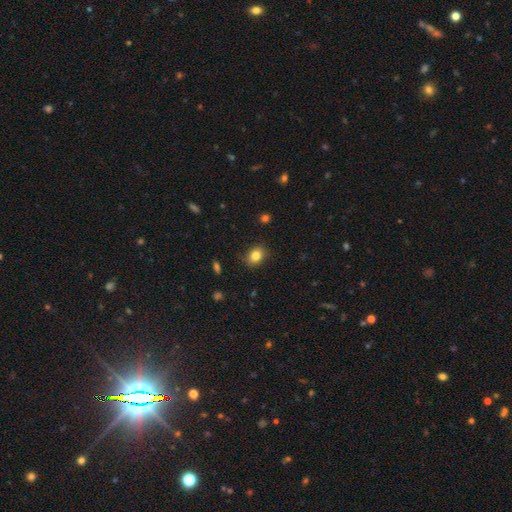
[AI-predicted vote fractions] This appears to be a smooth galaxy with no disk features (83%) that is in between round and cigar-shaped (57%). Merging: none (86%).